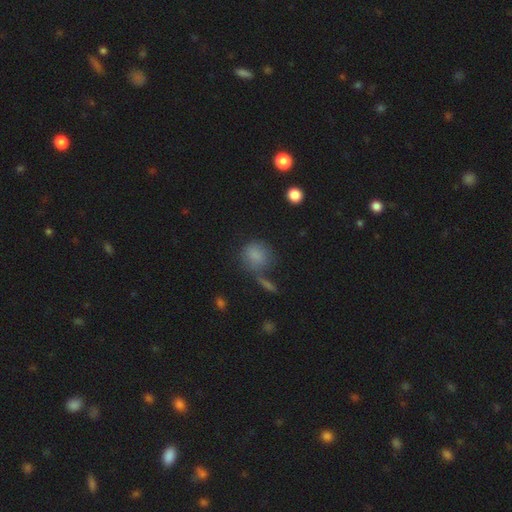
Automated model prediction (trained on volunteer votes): Smooth or featured? Predicted: smooth (p=0.79). How rounded? Predicted: round (p=0.78). Merging? Predicted: none (p=0.56).